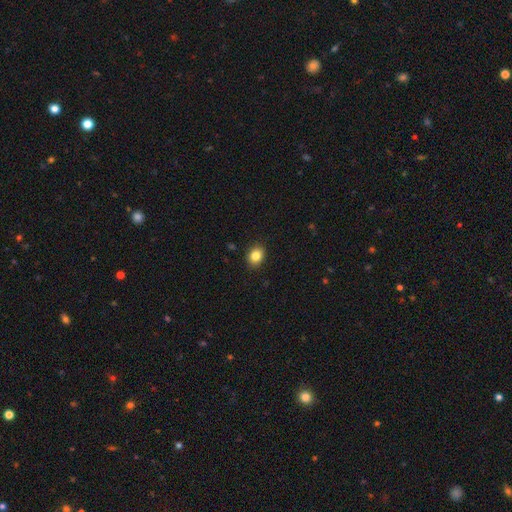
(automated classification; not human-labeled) Overall: smooth (84%). How rounded: round (51%; in between 48%). Merging: none (90%).